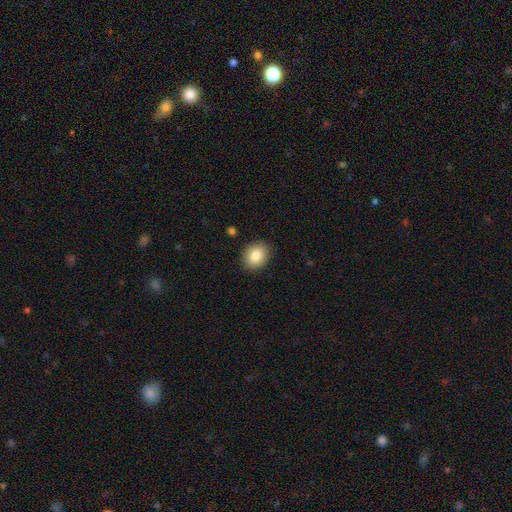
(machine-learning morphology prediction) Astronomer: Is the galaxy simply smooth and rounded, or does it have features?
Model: smooth — 84%.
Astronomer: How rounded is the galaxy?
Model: round — 53% (runner-up: in between, 47%).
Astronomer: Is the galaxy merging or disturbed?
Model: none — 89%.